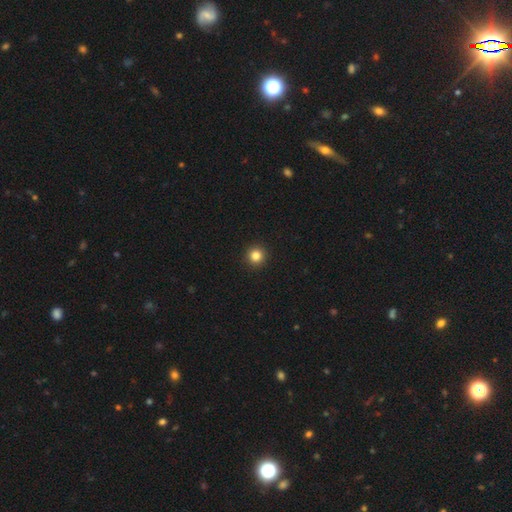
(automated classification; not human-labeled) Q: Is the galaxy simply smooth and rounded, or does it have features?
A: smooth — 84%.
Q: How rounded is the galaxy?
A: round — 96%.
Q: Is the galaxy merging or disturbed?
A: none — 94%.